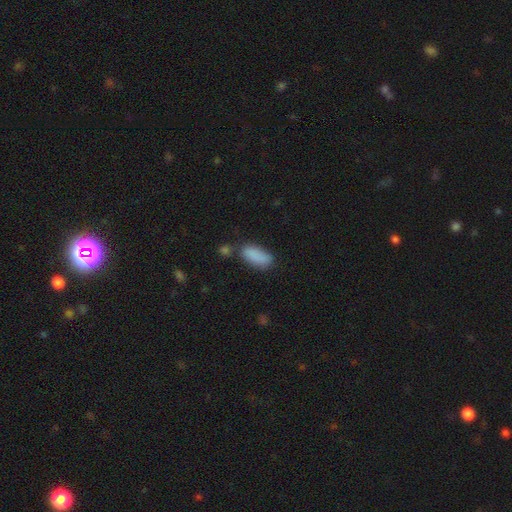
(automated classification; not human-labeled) Q: Smooth or featured?
A: smooth (87%); runner-up: star or artifact (8%)
Q: How rounded?
A: in between (82%); runner-up: cigar-shaped (15%)
Q: Merging?
A: none (63%); runner-up: minor disturbance (20%)